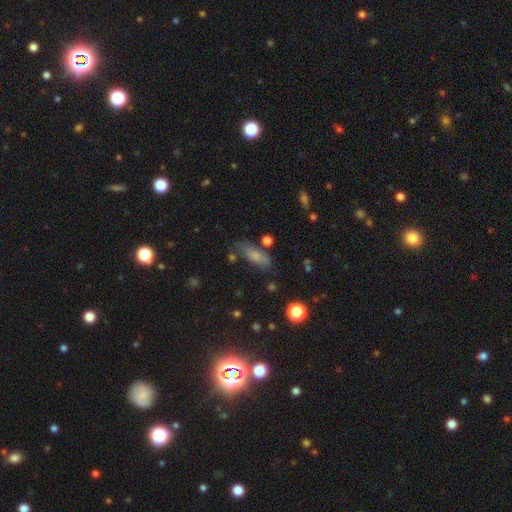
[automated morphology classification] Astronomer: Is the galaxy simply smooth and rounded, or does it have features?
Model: smooth — 73%.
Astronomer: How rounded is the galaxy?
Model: in between — 68%.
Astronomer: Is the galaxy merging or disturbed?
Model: none — 69%.